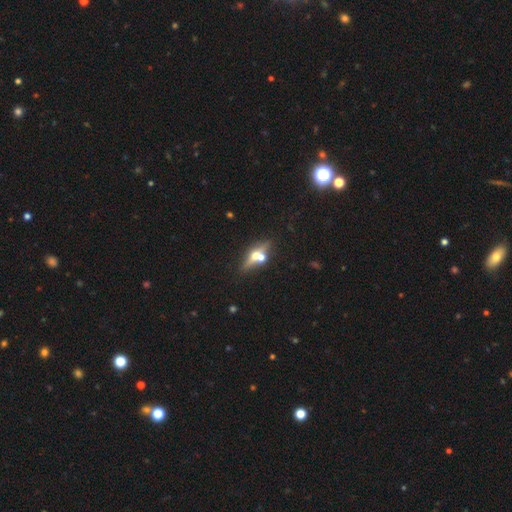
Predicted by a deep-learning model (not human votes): This is possibly a featured or disk galaxy (54%). It is likely viewed edge-on (78%). Merging: possibly none (59%).